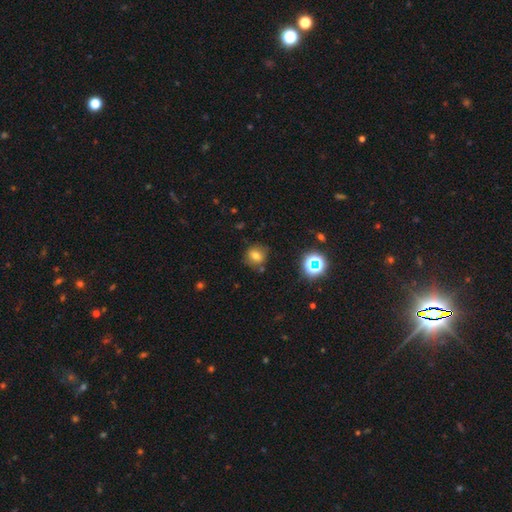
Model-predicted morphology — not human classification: type=smooth (72%); roundness=round (79%); merging=none (78%).